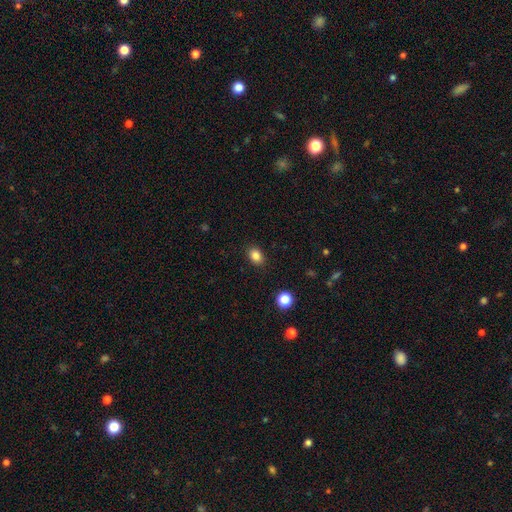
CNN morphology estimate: Smooth or featured? smooth (85%)
How rounded? in between (67%)
Merging? none (88%)